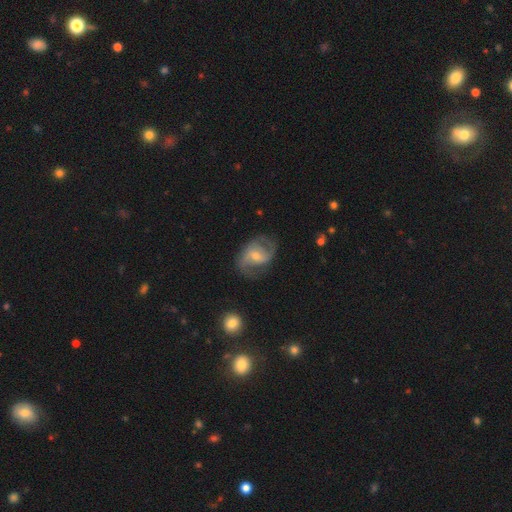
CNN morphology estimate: Smooth or featured? Predicted: featured or disk (p=0.80). Edge-on disk? Predicted: no (p=0.97). Bar? Predicted: weak (p=0.43). Spiral arms? Predicted: yes (p=0.92). Spiral winding? Predicted: medium (p=0.48). Spiral arm count? Predicted: 2 (p=0.84). Bulge size? Predicted: small (p=0.49). Merging? Predicted: none (p=0.67).